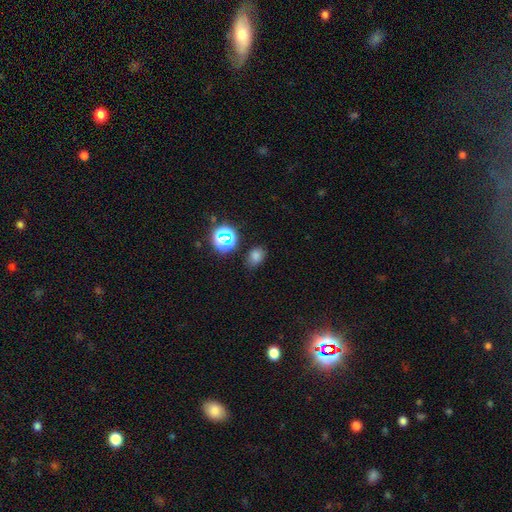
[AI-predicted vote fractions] This is likely a smooth galaxy (71%). How rounded: likely in between (66%). Merging: likely none (76%).